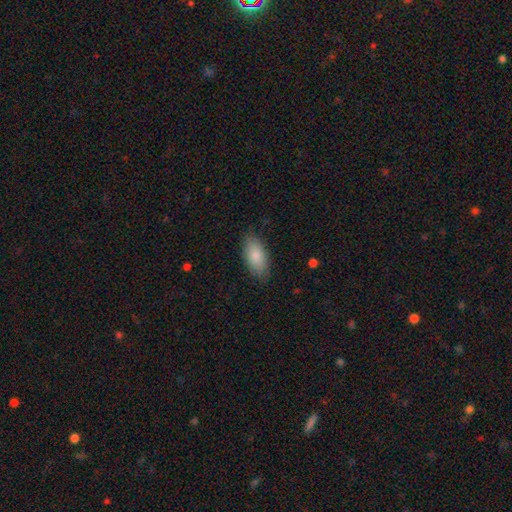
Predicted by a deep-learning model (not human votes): Smooth or featured? smooth (85%)
How rounded? in between (92%)
Merging? none (82%)